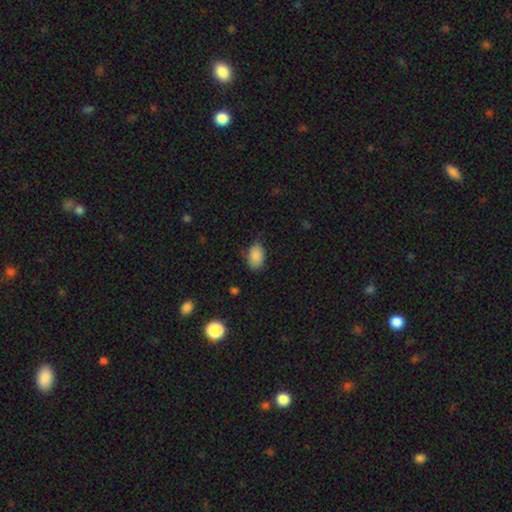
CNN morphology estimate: A smooth galaxy with no disk features (87%) that is in between round and cigar-shaped (85%).

Vote fractions:
- Smooth or featured? smooth: 87% / star or artifact: 8% / featured or disk: 5%
- How rounded? in between: 85% / round: 13% / cigar-shaped: 1%
- Merging? none: 68% / minor disturbance: 25% / major disturbance: 5% / merger: 1%